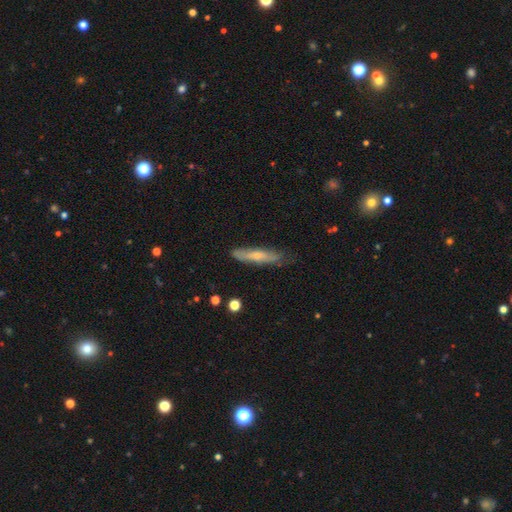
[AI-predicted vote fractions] Smooth or featured? Predicted: featured or disk (p=0.49). Merging? Predicted: none (p=0.73).